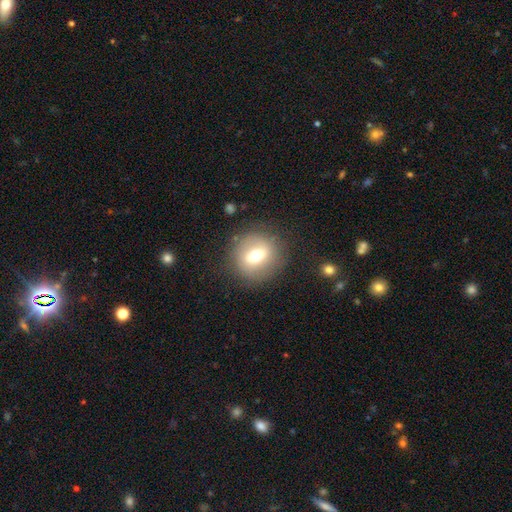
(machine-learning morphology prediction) smooth-or-featured: smooth: 60% | featured or disk: 30% | star or artifact: 10%
  how-rounded: round: 83% | in between: 15% | cigar-shaped: 1%
  merging: none: 81% | minor disturbance: 12% | major disturbance: 6% | merger: 2%